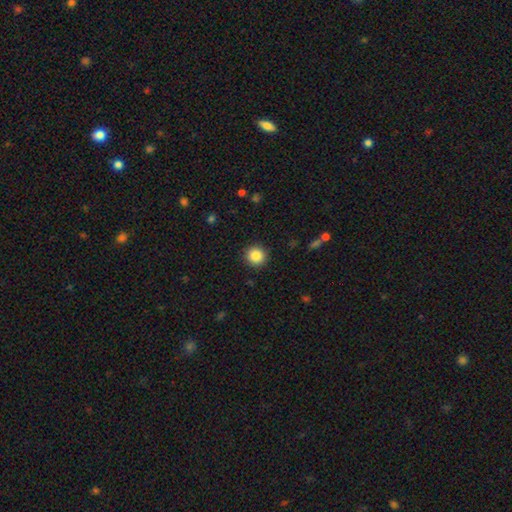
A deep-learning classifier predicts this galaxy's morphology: Smooth or featured? Predicted: smooth (p=0.86). How rounded? Predicted: round (p=0.93). Merging? Predicted: none (p=0.92).